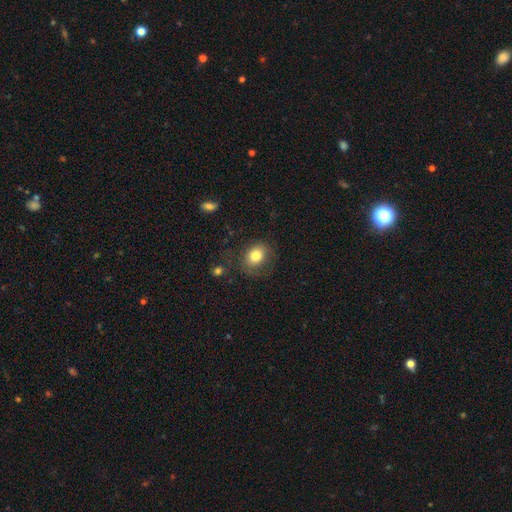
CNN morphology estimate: A smooth galaxy with no disk features (80%) that is in between round and cigar-shaped (56%).

Vote fractions:
- Smooth or featured? smooth: 80% / featured or disk: 11% / star or artifact: 9%
- How rounded? in between: 56% / round: 43% / cigar-shaped: 1%
- Merging? none: 71% / minor disturbance: 18% / major disturbance: 9% / merger: 2%